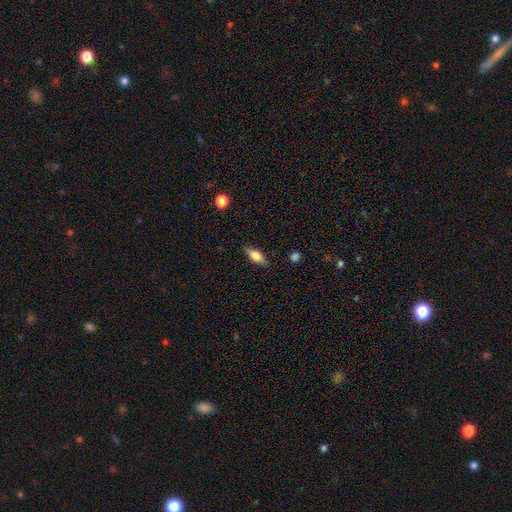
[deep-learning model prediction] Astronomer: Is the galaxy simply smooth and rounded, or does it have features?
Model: smooth — 68%.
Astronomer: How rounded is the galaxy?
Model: in between — 75%.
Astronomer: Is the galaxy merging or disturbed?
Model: none — 83%.